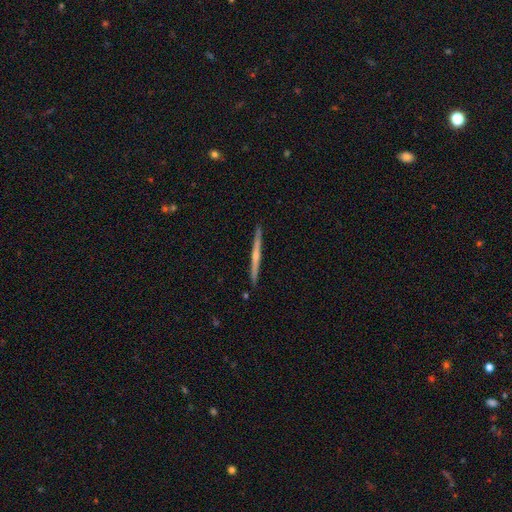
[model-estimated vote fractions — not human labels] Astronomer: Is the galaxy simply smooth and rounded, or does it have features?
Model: featured or disk — 67%.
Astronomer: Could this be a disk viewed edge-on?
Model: yes — 97%.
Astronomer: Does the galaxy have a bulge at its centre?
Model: rounded — 54% (runner-up: none, 37%).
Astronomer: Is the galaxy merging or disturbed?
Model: none — 89%.